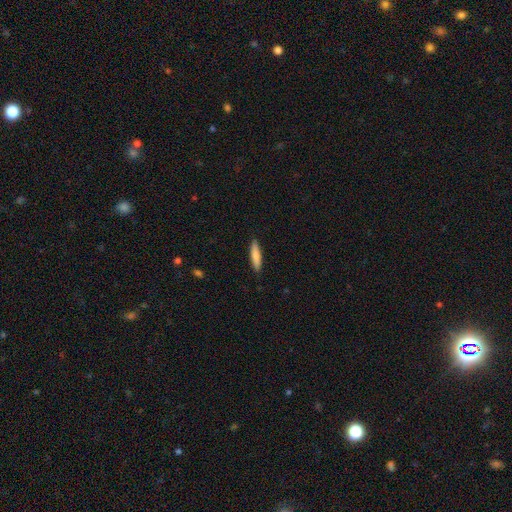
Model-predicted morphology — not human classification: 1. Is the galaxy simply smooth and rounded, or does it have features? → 80% smooth, 15% featured or disk, 5% star or artifact.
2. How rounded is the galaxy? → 84% cigar-shaped, 15% in between, 1% round.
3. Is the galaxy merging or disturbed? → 90% none, 7% minor disturbance, 2% major disturbance, 1% merger.